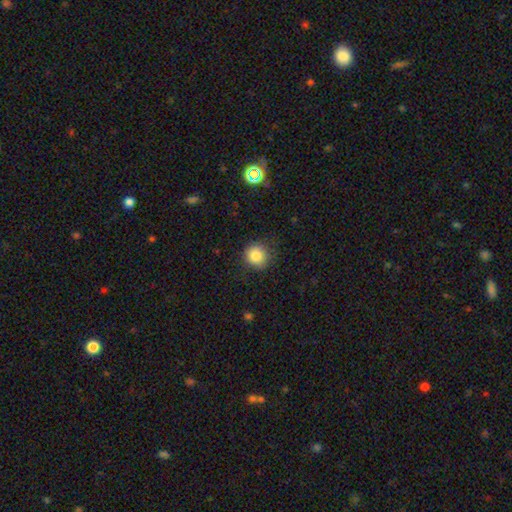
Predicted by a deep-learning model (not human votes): The model was most divided on "merging": none: 83%, minor disturbance: 13%, major disturbance: 3%, merger: 1%. More confident: how rounded — round (91%); smooth or featured — smooth (85%).